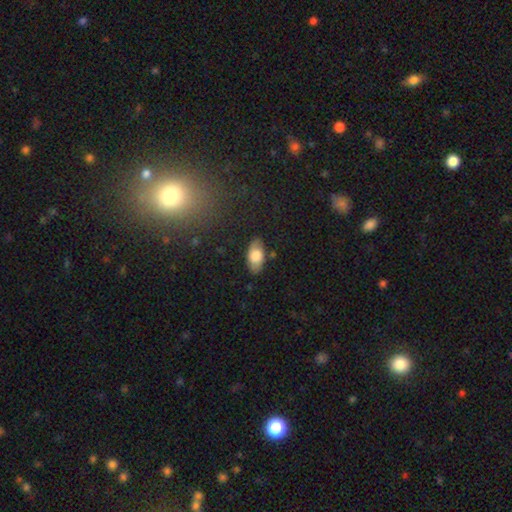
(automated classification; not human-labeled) The model was most divided on "smooth or featured": smooth: 75%, featured or disk: 19%, star or artifact: 6%. More confident: how rounded — in between (93%); merging — none (82%).